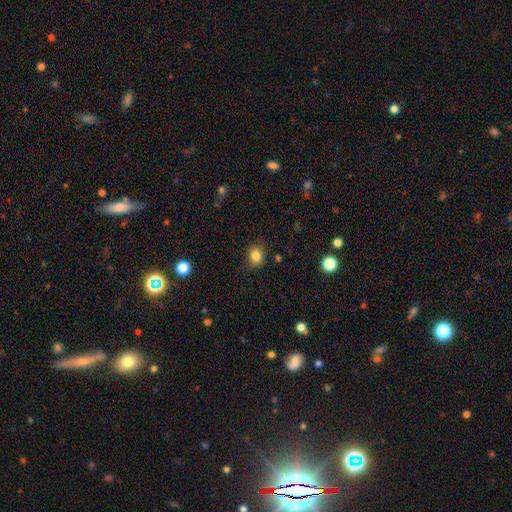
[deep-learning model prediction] A smooth galaxy with no disk features (84%) that is round (66%). Merging: none (84%).